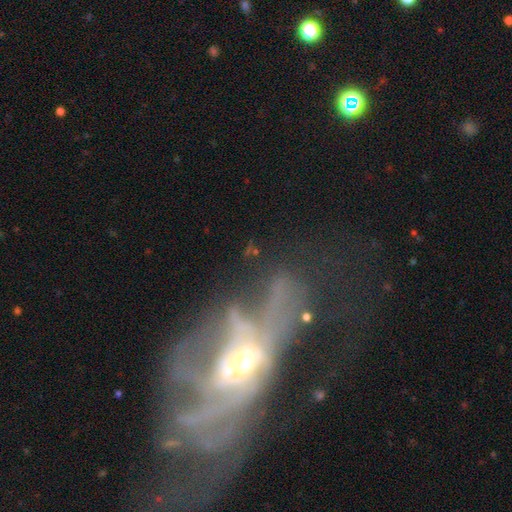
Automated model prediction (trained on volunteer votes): smooth-or-featured: featured or disk: 60% | smooth: 21% | star or artifact: 19%
  disk-edge-on: no: 86% | yes: 14%
    bar: no: 60% | weak: 25% | strong: 16%
    has-spiral-arms: no: 65% | yes: 35%
    bulge-size: moderate: 55% | small: 26% | large: 10% | none: 6% | dominant: 3%
  merging: major disturbance: 50% | merger: 21% | none: 18% | minor disturbance: 11%